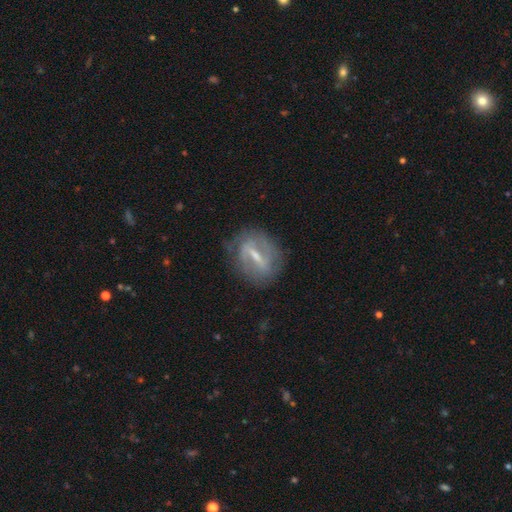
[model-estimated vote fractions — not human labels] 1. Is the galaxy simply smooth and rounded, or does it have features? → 76% featured or disk, 17% smooth, 7% star or artifact.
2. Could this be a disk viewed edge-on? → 89% no, 11% yes.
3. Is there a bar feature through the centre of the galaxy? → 63% strong, 30% weak, 7% no.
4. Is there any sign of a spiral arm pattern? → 69% yes, 31% no.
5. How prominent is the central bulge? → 50% small, 36% moderate, 11% none, 3% large, 1% dominant.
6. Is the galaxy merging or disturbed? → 73% none, 18% minor disturbance, 8% major disturbance, 2% merger.